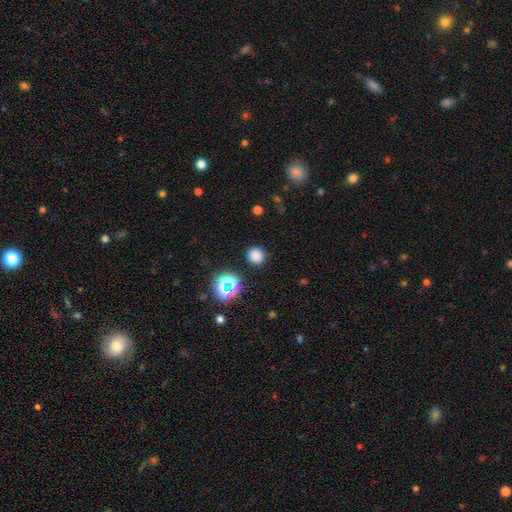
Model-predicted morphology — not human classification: A smooth galaxy with no disk features (79%) that is round (91%).

Vote fractions:
- Smooth or featured? smooth: 79% / star or artifact: 17% / featured or disk: 4%
- How rounded? round: 91% / in between: 8% / cigar-shaped: 1%
- Merging? none: 89% / minor disturbance: 6% / major disturbance: 3% / merger: 2%